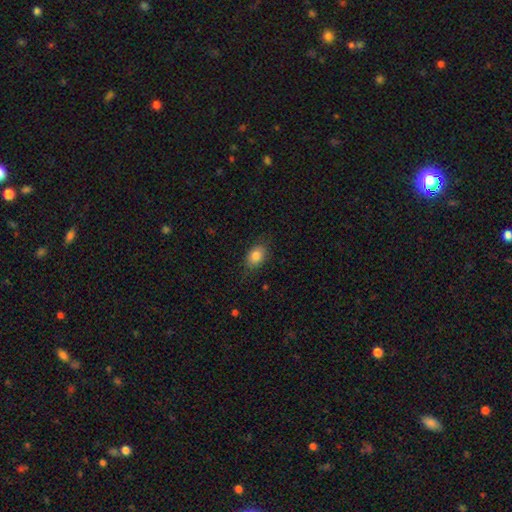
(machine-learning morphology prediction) Smooth or featured: smooth — 83% (featured or disk — 9%)
How rounded: in between — 79% (round — 20%)
Merging: none — 78% (minor disturbance — 17%)